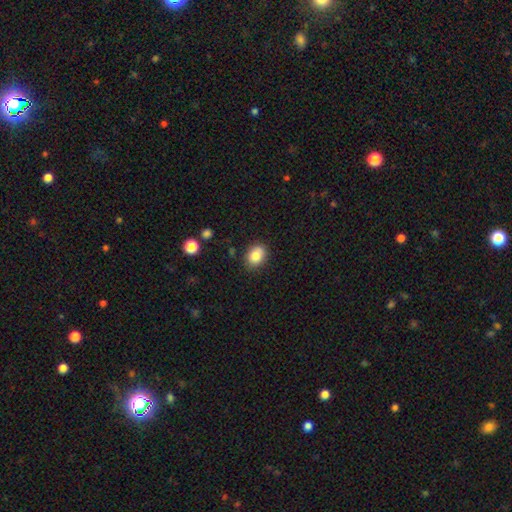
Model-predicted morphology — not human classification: smooth 83%, star or artifact 9%, featured or disk 8%. Down the decision tree: how rounded — in between (60%); merging — none (83%).